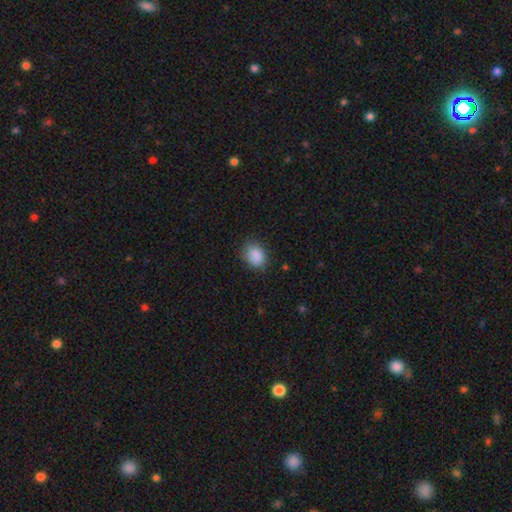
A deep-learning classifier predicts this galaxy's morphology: This is clearly a smooth galaxy (88%). How rounded: possibly in between (55%). Merging: clearly none (82%).